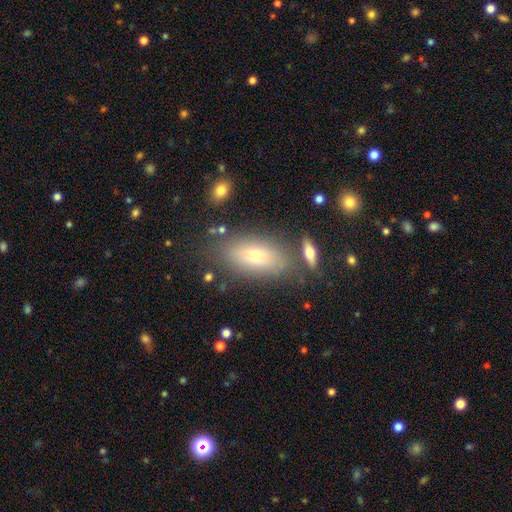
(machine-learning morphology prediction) This is likely a smooth galaxy (66%). How rounded: clearly in between (84%). Merging: likely none (74%).